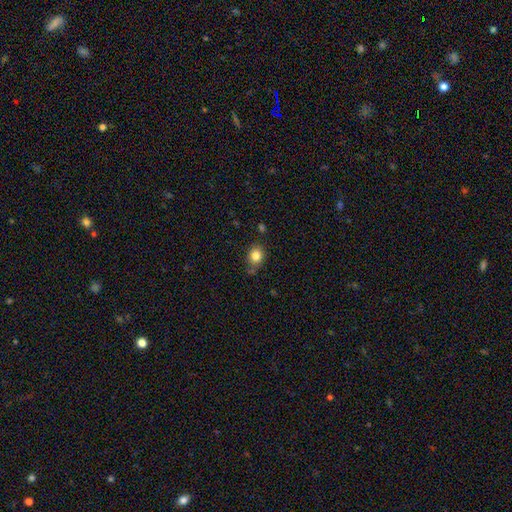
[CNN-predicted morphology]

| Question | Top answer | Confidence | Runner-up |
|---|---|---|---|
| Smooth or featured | smooth | 83% | star or artifact (10%) |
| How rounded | round | 62% | in between (37%) |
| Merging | none | 71% | minor disturbance (19%) |